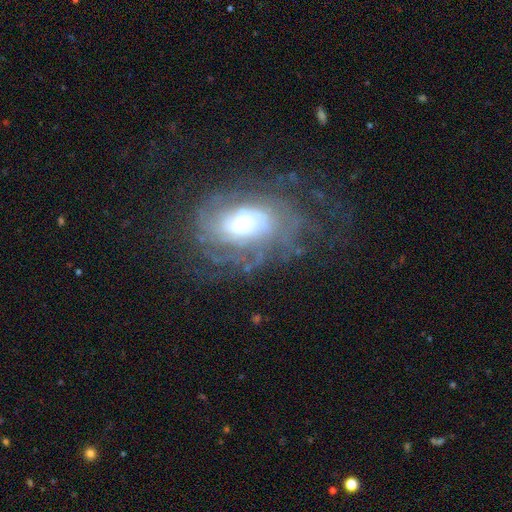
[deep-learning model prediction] A featured or disk galaxy (79%) with no bar (62%), tight (60%) spiral arms (90%) and a moderate central bulge (47%).

Vote fractions:
- Smooth or featured? featured or disk: 79% / smooth: 12% / star or artifact: 9%
- Edge-on disk? no: 96% / yes: 4%
- Bar? no: 62% / weak: 29% / strong: 9%
- Spiral arms? yes: 90% / no: 10%
- Spiral winding? tight: 60% / medium: 30% / loose: 10%
- Spiral arm count? can't tell: 46% / 2: 17% / 3: 13% / 4: 9% / more than 4: 7% / 1: 7%
- Bulge size? moderate: 47% / large: 35% / small: 12% / dominant: 4% / none: 2%
- Merging? none: 62% / minor disturbance: 19% / major disturbance: 17% / merger: 1%